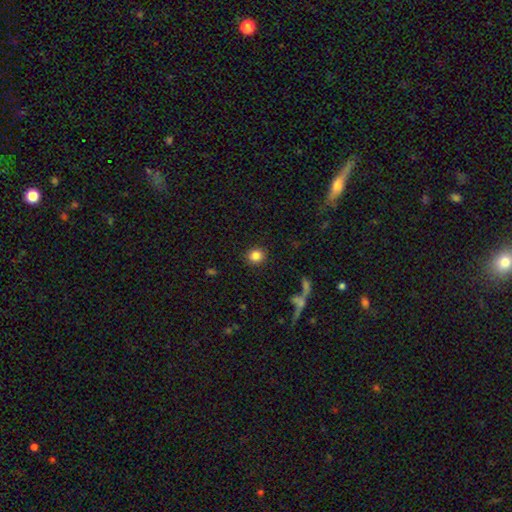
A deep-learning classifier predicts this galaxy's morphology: smooth 84%, star or artifact 10%, featured or disk 6%. Down the decision tree: how rounded — round (86%); merging — none (90%).